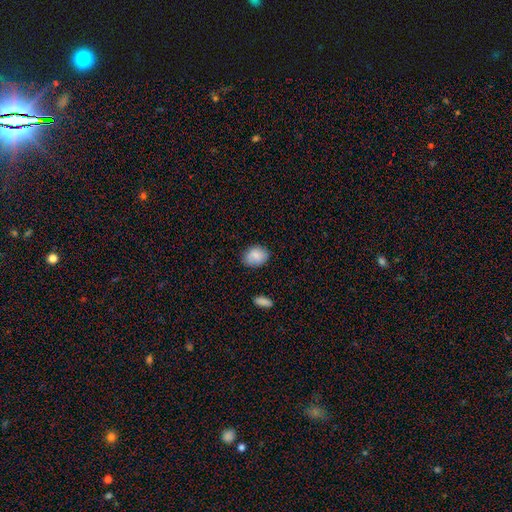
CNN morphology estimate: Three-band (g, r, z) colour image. It shows a smooth galaxy with no disk features (86%) that is in between round and cigar-shaped (71%). Merging: none (79%).